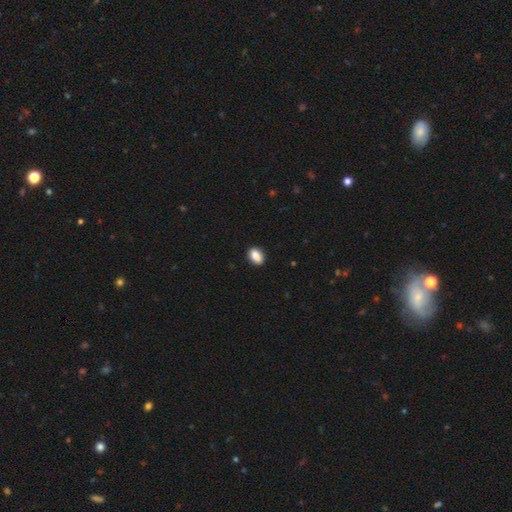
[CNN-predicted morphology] smooth 88%, star or artifact 8%, featured or disk 4%. Down the decision tree: how rounded — in between (82%); merging — none (89%).